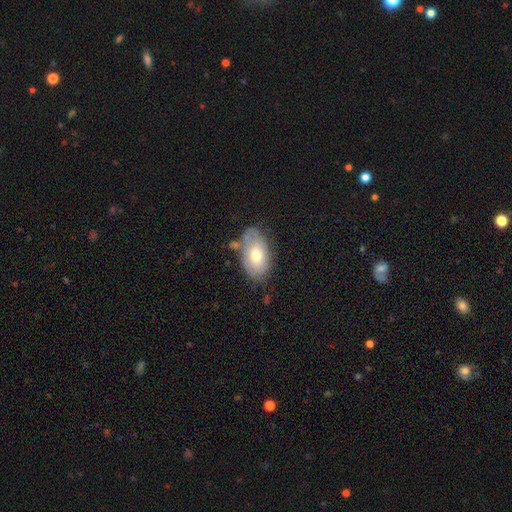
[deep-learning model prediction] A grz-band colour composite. It shows a smooth galaxy with no disk features (59%) that is in between round and cigar-shaped (91%). Merging: none (58%).